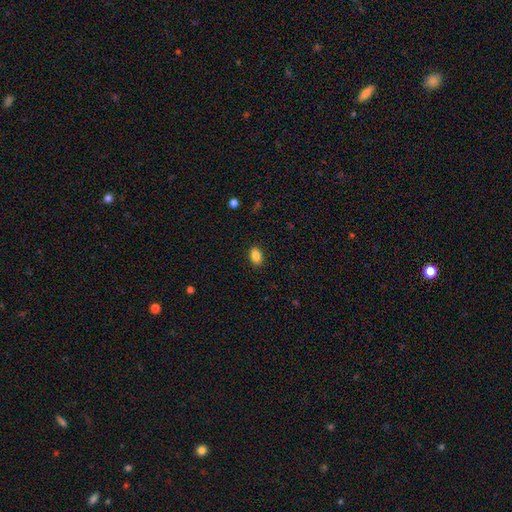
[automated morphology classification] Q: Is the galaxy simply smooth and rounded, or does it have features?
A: smooth — 87%.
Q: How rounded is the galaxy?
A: in between — 87%.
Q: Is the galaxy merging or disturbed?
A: none — 88%.